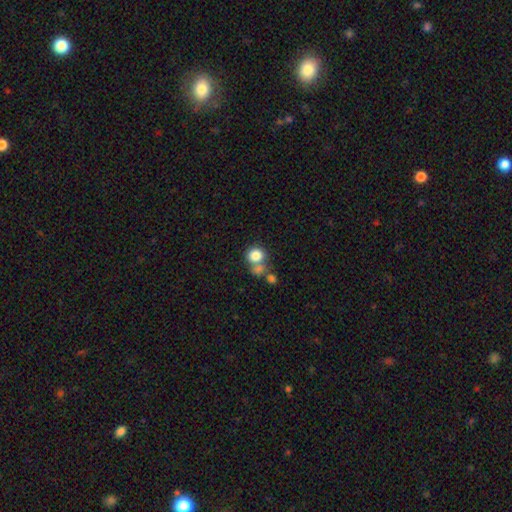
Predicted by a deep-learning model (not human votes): A smooth galaxy with no disk features (81%) that is round (82%).

Vote fractions:
- Smooth or featured? smooth: 81% / star or artifact: 10% / featured or disk: 9%
- How rounded? round: 82% / in between: 17% / cigar-shaped: 1%
- Merging? none: 46% / merger: 36% / minor disturbance: 11% / major disturbance: 6%